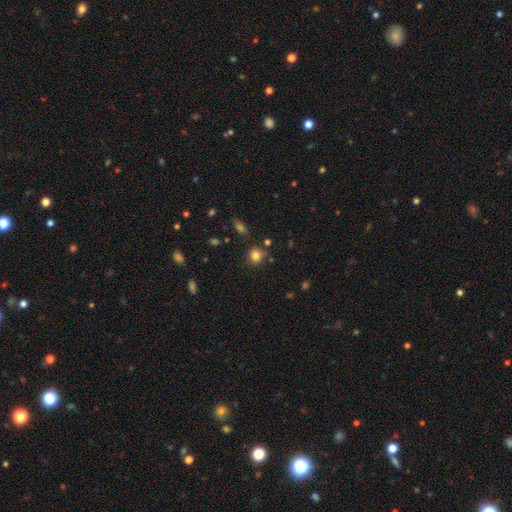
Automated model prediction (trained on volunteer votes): A smooth galaxy with no disk features (81%) that is round (77%).

Vote fractions:
- Smooth or featured? smooth: 81% / star or artifact: 12% / featured or disk: 7%
- How rounded? round: 77% / in between: 22% / cigar-shaped: 1%
- Merging? none: 76% / minor disturbance: 14% / merger: 6% / major disturbance: 4%